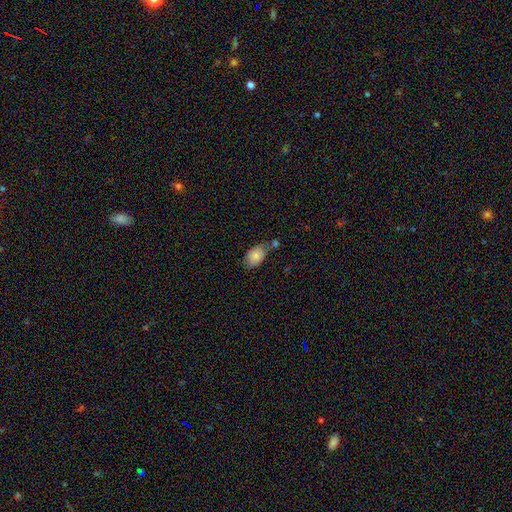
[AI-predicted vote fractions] Smooth or featured? Predicted: smooth (p=0.81). How rounded? Predicted: in between (p=0.88). Merging? Predicted: none (p=0.47).